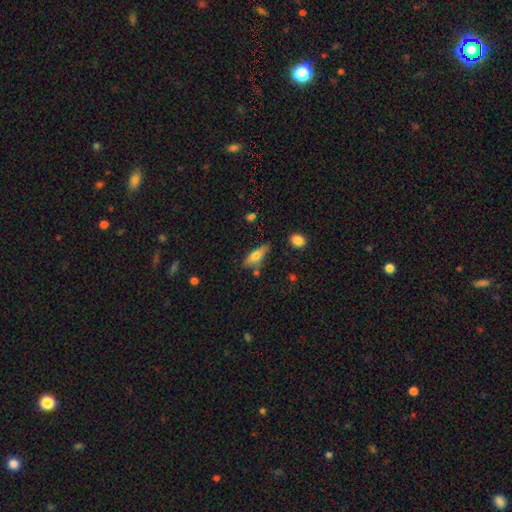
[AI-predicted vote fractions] A smooth galaxy with no disk features (59%) that is in between round and cigar-shaped (52%).

Vote fractions:
- Smooth or featured? smooth: 59% / featured or disk: 33% / star or artifact: 8%
- How rounded? in between: 52% / cigar-shaped: 45% / round: 3%
- Merging? none: 70% / minor disturbance: 18% / merger: 7% / major disturbance: 5%